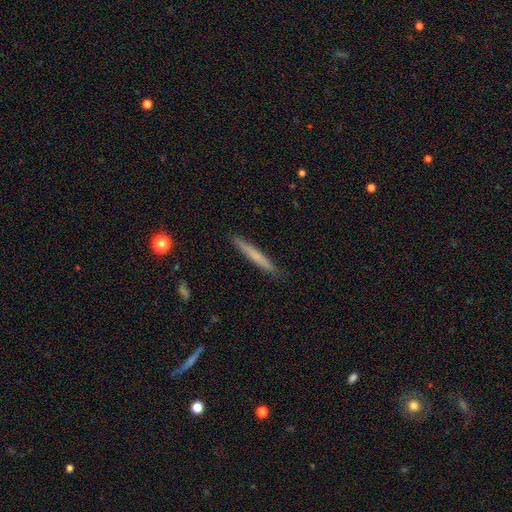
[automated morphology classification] smooth 62%, featured or disk 32%, star or artifact 6%. Down the decision tree: how rounded — cigar-shaped (96%); merging — none (89%).